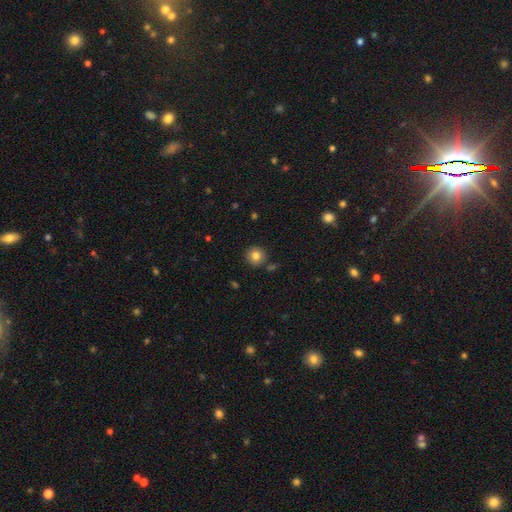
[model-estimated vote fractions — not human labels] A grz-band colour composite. It shows a smooth galaxy with no disk features (81%) that is round (94%). Merging: none (86%).